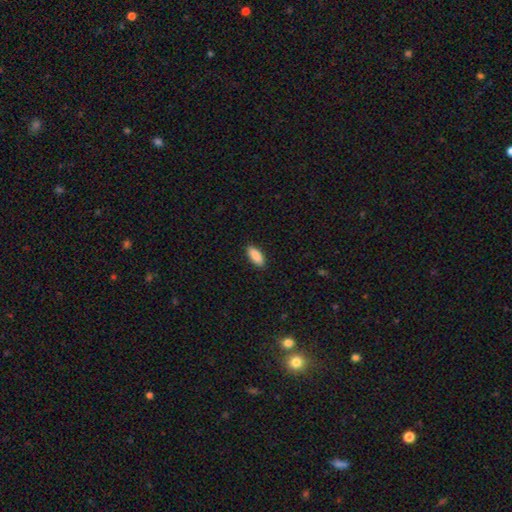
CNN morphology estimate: A smooth galaxy with no disk features (90%) that is in between round and cigar-shaped (85%).

Vote fractions:
- Smooth or featured? smooth: 90% / star or artifact: 6% / featured or disk: 4%
- How rounded? in between: 85% / cigar-shaped: 13% / round: 2%
- Merging? none: 90% / minor disturbance: 7% / major disturbance: 2% / merger: 1%